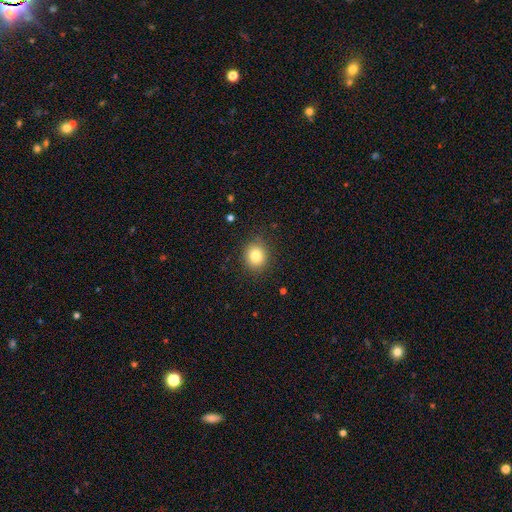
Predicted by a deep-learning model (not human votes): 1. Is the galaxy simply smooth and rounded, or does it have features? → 82% smooth, 11% star or artifact, 7% featured or disk.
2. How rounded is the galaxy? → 79% round, 20% in between, 1% cigar-shaped.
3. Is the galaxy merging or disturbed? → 87% none, 9% minor disturbance, 3% major disturbance, 1% merger.